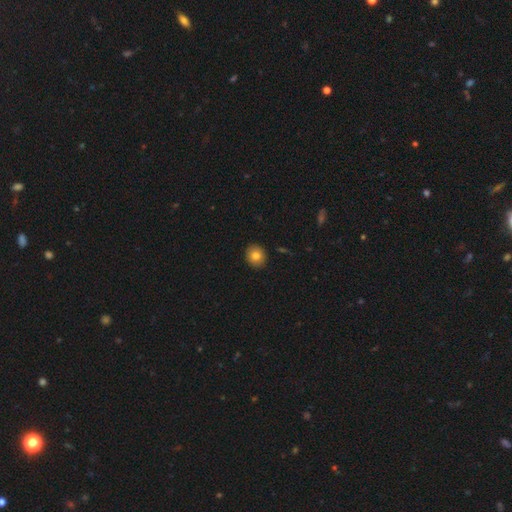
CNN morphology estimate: Smooth or featured? smooth (80%)
How rounded? round (76%)
Merging? none (90%)